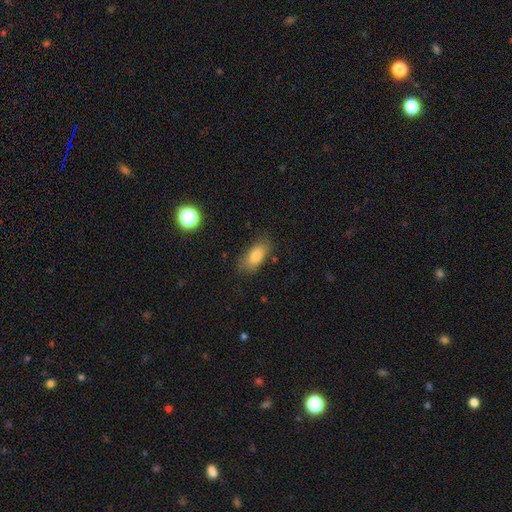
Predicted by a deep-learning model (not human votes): This appears to be a smooth galaxy with no disk features (81%) that is in between round and cigar-shaped (86%). Merging: none (75%).